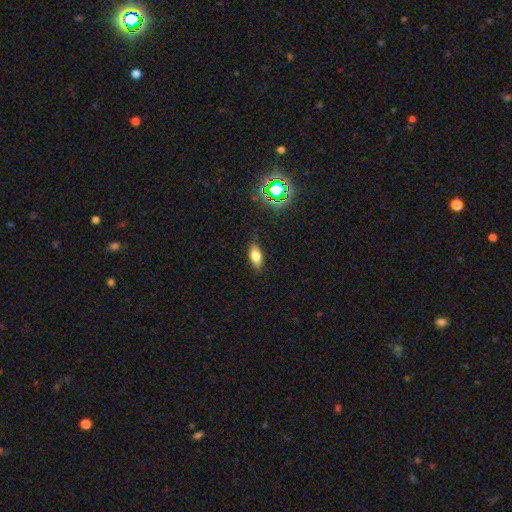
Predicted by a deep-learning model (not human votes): Smooth or featured: smooth — 75% (featured or disk — 13%)
How rounded: in between — 81% (cigar-shaped — 14%)
Merging: none — 84% (minor disturbance — 12%)